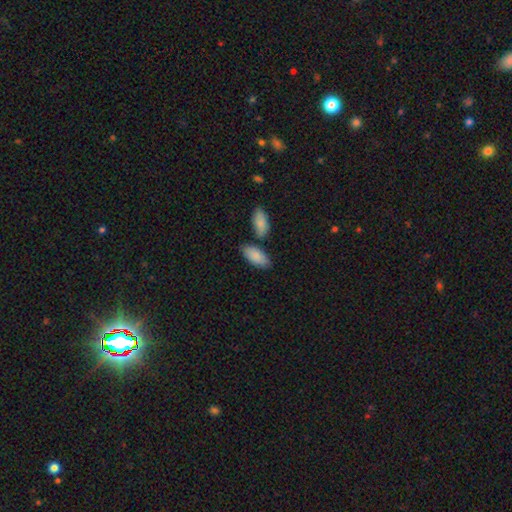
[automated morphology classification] The model was most divided on "merging": none: 67%, merger: 15%, minor disturbance: 14%, major disturbance: 4%. More confident: how rounded — in between (92%); smooth or featured — smooth (87%).